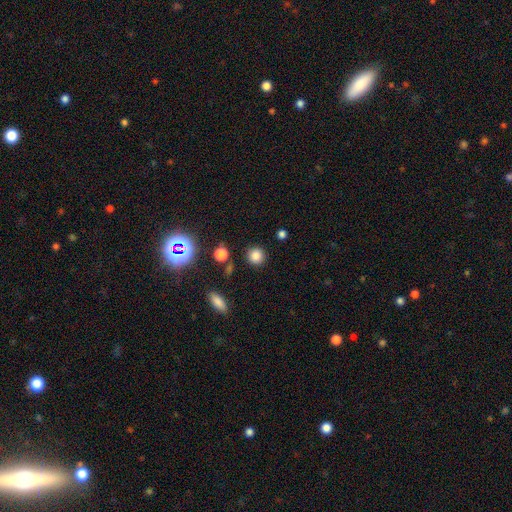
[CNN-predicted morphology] smooth_or_featured: smooth (p=0.81) [alt: star or artifact p=0.15]
how_rounded: round (p=0.92) [alt: in between p=0.07]
merging: none (p=0.88) [alt: minor disturbance p=0.07]